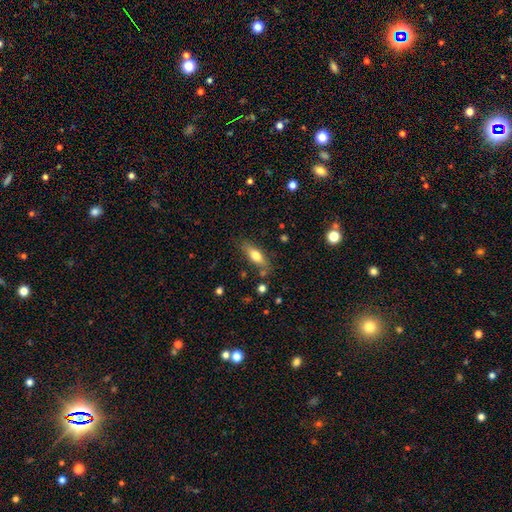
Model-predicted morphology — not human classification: A smooth galaxy with no disk features (69%) that is in between round and cigar-shaped (60%).

Vote fractions:
- Smooth or featured? smooth: 69% / featured or disk: 24% / star or artifact: 7%
- How rounded? in between: 60% / cigar-shaped: 37% / round: 3%
- Merging? none: 76% / minor disturbance: 16% / merger: 4% / major disturbance: 4%